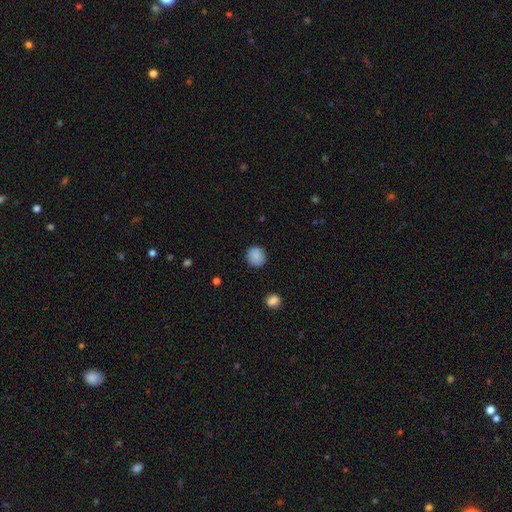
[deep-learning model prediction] Smooth or featured: smooth — 88% (star or artifact — 8%)
How rounded: round — 88% (in between — 11%)
Merging: none — 88% (minor disturbance — 9%)